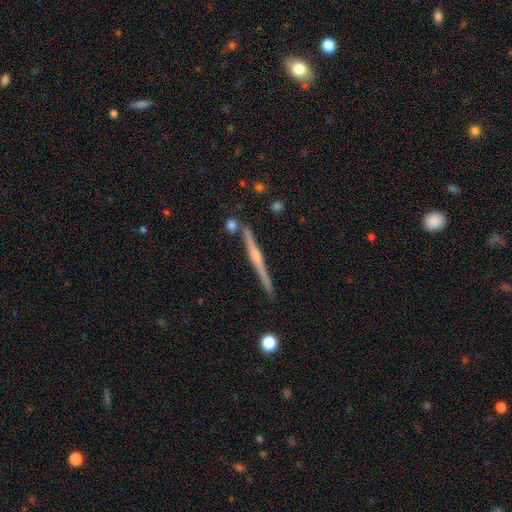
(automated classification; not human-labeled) smooth_or_featured: featured or disk (p=0.78) [alt: smooth p=0.16]
disk_edge_on: yes (p=0.98) [alt: no p=0.02]
edge_on_bulge: rounded (p=0.73) [alt: none p=0.20]
merging: none (p=0.87) [alt: minor disturbance p=0.08]